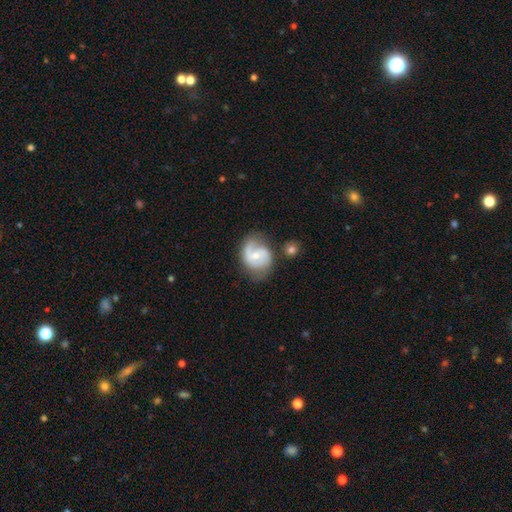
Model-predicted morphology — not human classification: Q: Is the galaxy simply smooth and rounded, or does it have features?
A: featured or disk — 74%.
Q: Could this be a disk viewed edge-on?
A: no — 98%.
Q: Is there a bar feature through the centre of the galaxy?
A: weak — 46%.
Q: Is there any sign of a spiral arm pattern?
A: yes — 92%.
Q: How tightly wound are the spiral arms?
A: medium — 48%.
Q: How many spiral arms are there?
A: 2 — 75%.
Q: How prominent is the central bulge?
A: moderate — 47%, tied with small.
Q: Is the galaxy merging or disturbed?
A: none — 60%.